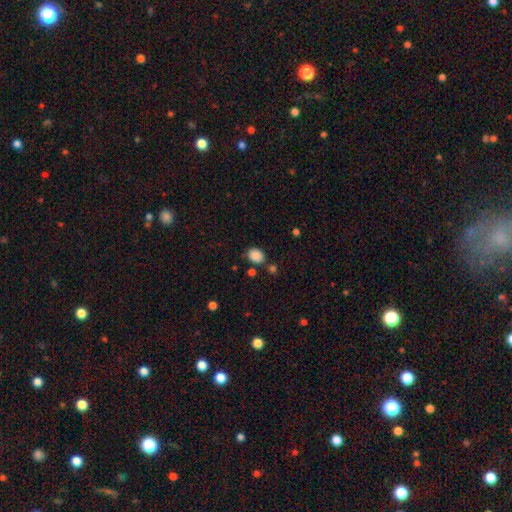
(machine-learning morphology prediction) Smooth or featured: smooth — 86% (star or artifact — 10%)
How rounded: in between — 50% (round — 49%)
Merging: none — 75% (minor disturbance — 13%)